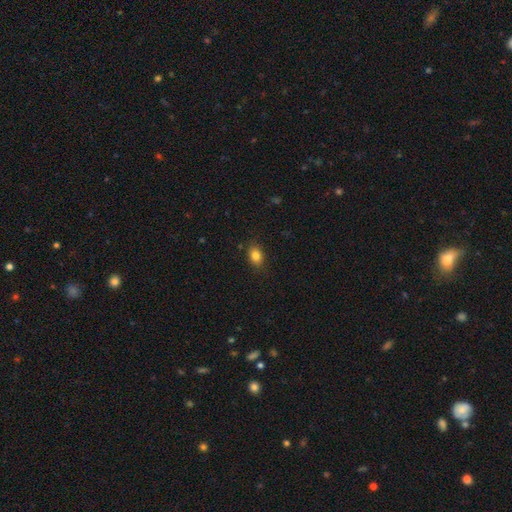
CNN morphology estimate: Smooth or featured: smooth — 84% (star or artifact — 10%)
How rounded: in between — 71% (round — 27%)
Merging: none — 86% (minor disturbance — 11%)